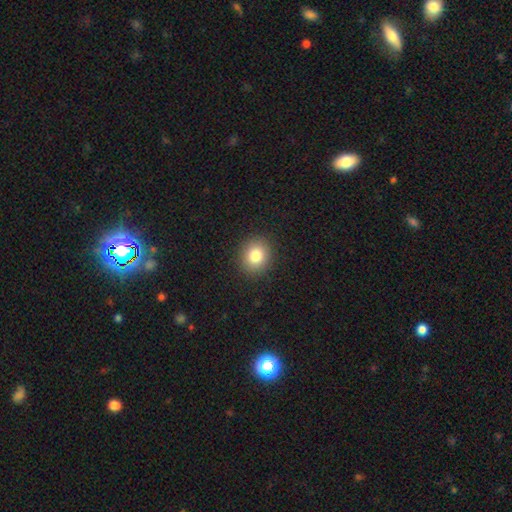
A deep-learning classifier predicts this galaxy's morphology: smooth-or-featured: smooth: 83% | star or artifact: 10% | featured or disk: 7%
  how-rounded: round: 71% | in between: 28% | cigar-shaped: 1%
  merging: none: 90% | minor disturbance: 7% | major disturbance: 2% | merger: 1%